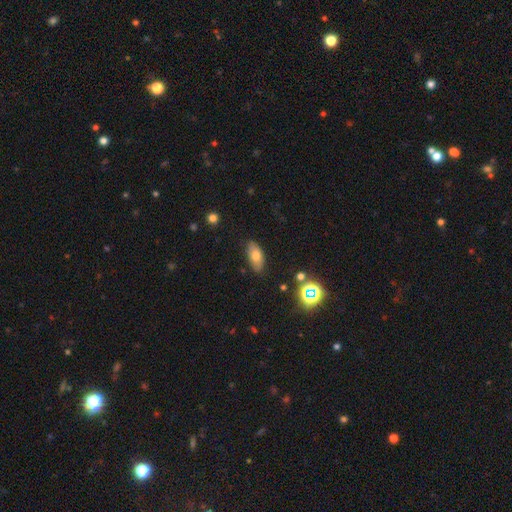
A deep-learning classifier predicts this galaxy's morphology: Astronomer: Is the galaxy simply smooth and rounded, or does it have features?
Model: smooth — 73%.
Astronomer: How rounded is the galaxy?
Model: in between — 89%.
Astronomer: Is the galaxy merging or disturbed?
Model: none — 83%.